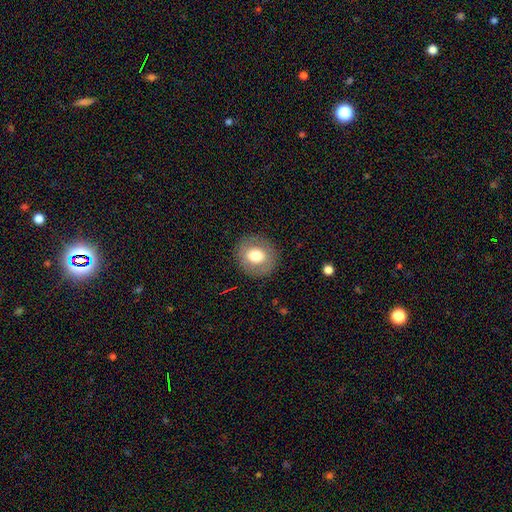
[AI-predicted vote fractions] smooth-or-featured: smooth: 69% | featured or disk: 23% | star or artifact: 9%
  how-rounded: round: 83% | in between: 16% | cigar-shaped: 1%
  merging: none: 88% | minor disturbance: 8% | major disturbance: 3% | merger: 1%